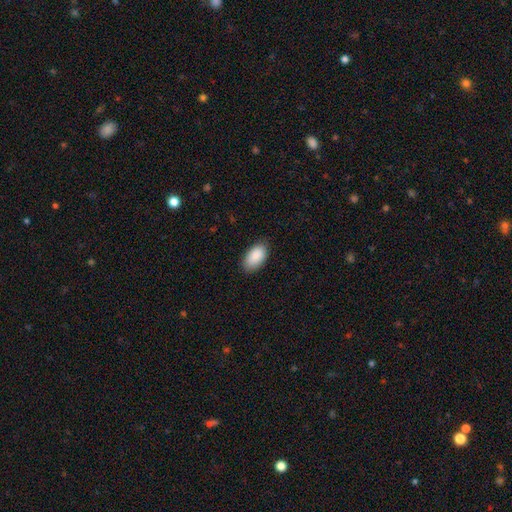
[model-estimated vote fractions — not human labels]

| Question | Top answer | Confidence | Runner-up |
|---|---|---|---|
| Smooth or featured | smooth | 89% | star or artifact (6%) |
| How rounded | in between | 95% | round (3%) |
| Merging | none | 83% | minor disturbance (14%) |